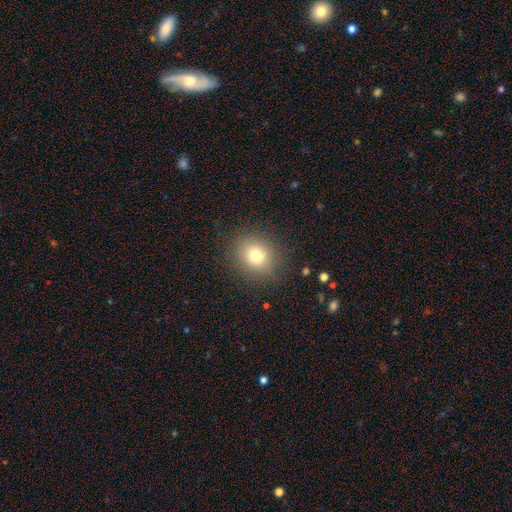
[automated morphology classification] This is likely a smooth galaxy (77%). How rounded: likely round (72%). Merging: clearly none (87%).